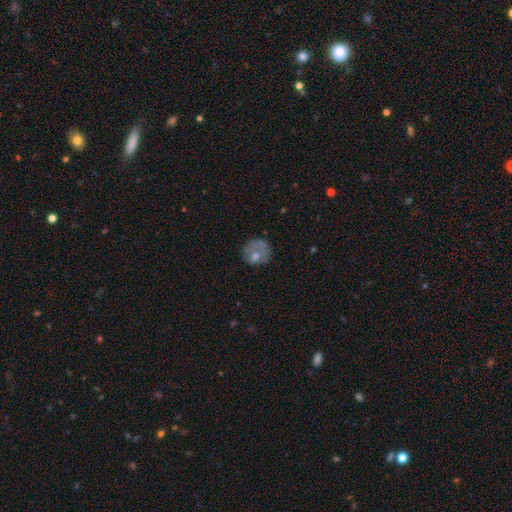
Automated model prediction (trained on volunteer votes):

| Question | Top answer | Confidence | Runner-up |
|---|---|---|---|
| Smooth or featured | smooth | 47% | featured or disk (41%) |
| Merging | none | 50% | major disturbance (23%) |